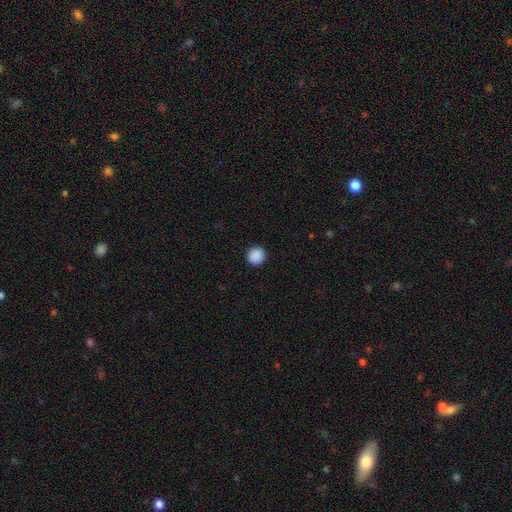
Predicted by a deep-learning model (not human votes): Q: Smooth or featured?
A: smooth (90%); runner-up: star or artifact (8%)
Q: How rounded?
A: round (93%); runner-up: in between (6%)
Q: Merging?
A: none (93%); runner-up: minor disturbance (5%)